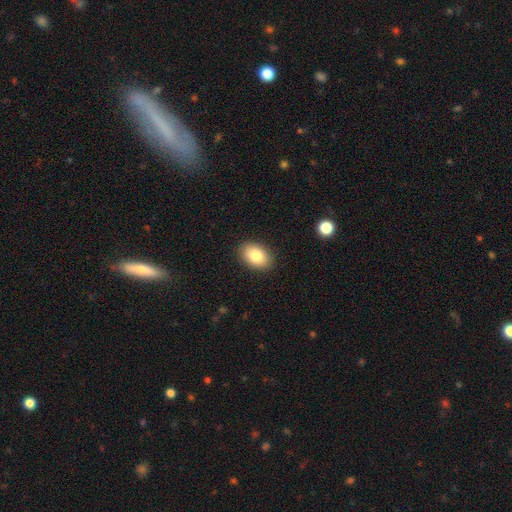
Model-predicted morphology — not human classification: This appears to be a smooth galaxy with no disk features (83%) that is in between round and cigar-shaped (85%). Merging: none (89%).